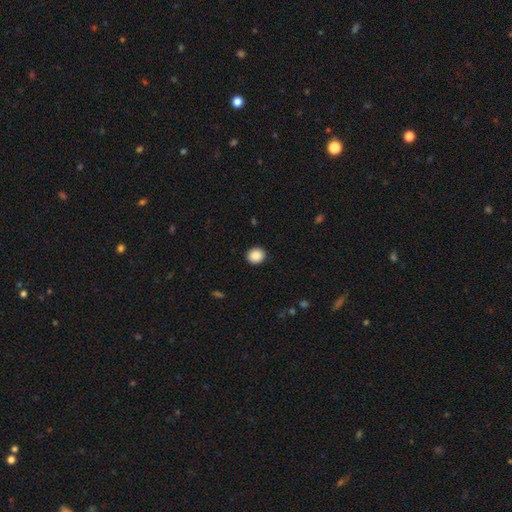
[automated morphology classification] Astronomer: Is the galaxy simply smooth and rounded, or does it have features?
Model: smooth — 89%.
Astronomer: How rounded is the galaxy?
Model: round — 83%.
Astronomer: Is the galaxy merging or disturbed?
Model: none — 92%.